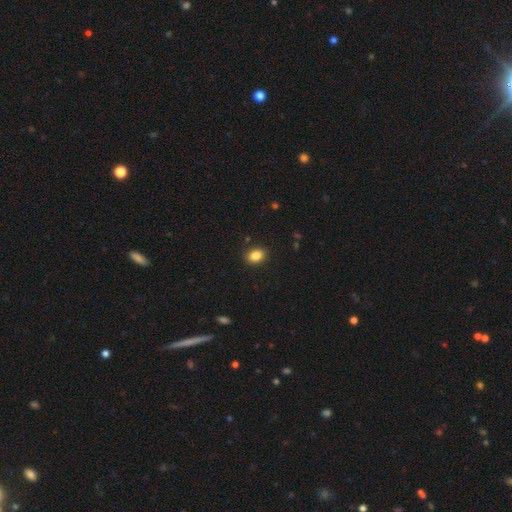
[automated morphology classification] Smooth or featured? Predicted: smooth (p=0.86). How rounded? Predicted: in between (p=0.73). Merging? Predicted: none (p=0.89).